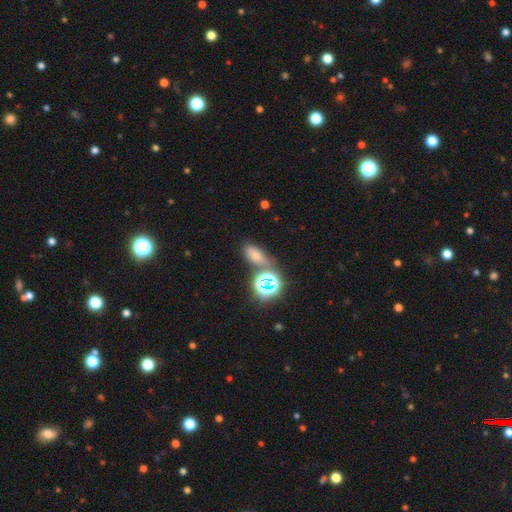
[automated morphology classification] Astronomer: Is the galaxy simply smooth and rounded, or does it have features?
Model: smooth — 59%.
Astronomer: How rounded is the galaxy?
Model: in between — 77%.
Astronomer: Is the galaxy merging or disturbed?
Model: none — 65%.